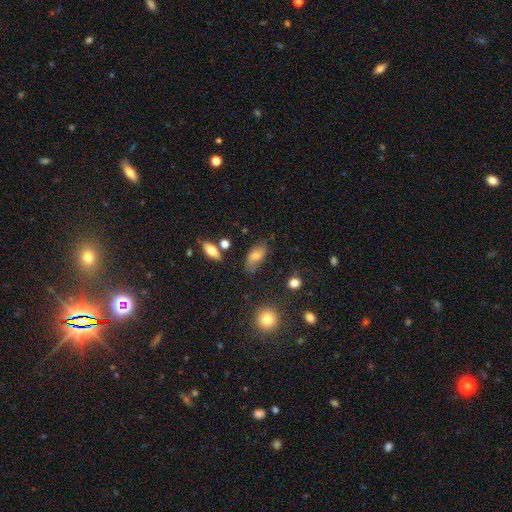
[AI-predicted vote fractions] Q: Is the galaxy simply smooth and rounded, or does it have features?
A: smooth — 70%.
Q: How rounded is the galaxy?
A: in between — 88%.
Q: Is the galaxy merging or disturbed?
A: none — 59%.